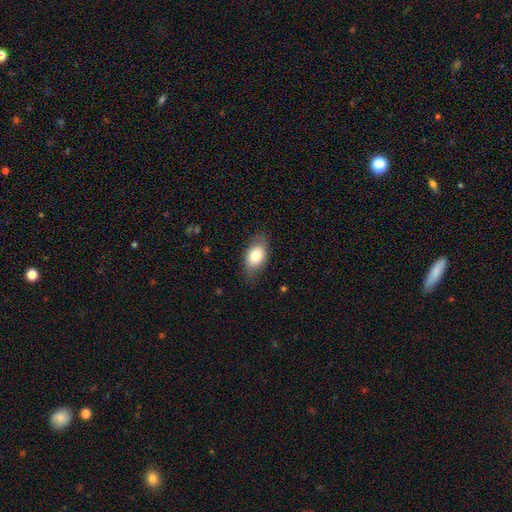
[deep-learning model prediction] smooth_or_featured: smooth (p=0.77) [alt: featured or disk p=0.16]
how_rounded: in between (p=0.88) [alt: round p=0.10]
merging: none (p=0.77) [alt: minor disturbance p=0.17]